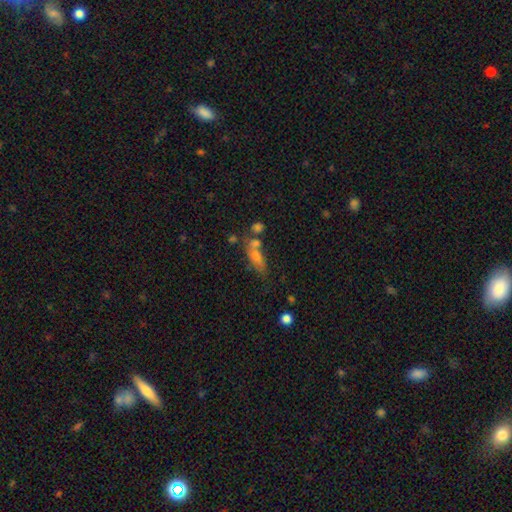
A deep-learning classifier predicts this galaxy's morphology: type=smooth (60%); roundness=in between (51%); merging=none (46%).